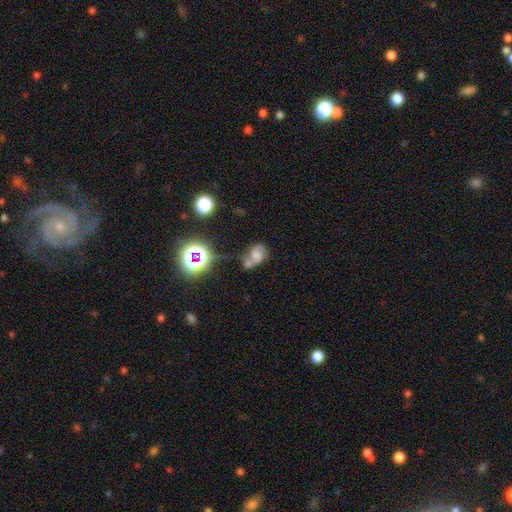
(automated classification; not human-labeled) Smooth or featured?
  - featured or disk: 40% *
  - smooth: 39%
  - star or artifact: 21%
Merging?
  - merger: 45% *
  - none: 26%
  - minor disturbance: 15%
  - major disturbance: 14%